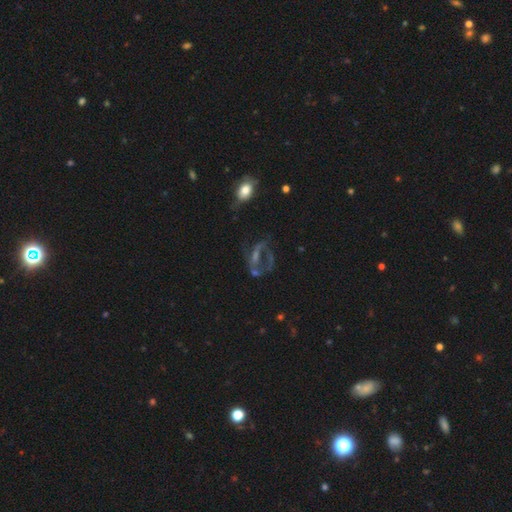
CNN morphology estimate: smooth-or-featured: featured or disk: 63% | star or artifact: 22% | smooth: 15%
  disk-edge-on: no: 95% | yes: 5%
    bar: no: 50% | weak: 31% | strong: 19%
    has-spiral-arms: yes: 51% | no: 49%
    bulge-size: small: 39% | none: 34% | moderate: 21% | large: 4% | dominant: 2%
  merging: none: 39% | major disturbance: 37% | minor disturbance: 15% | merger: 9%